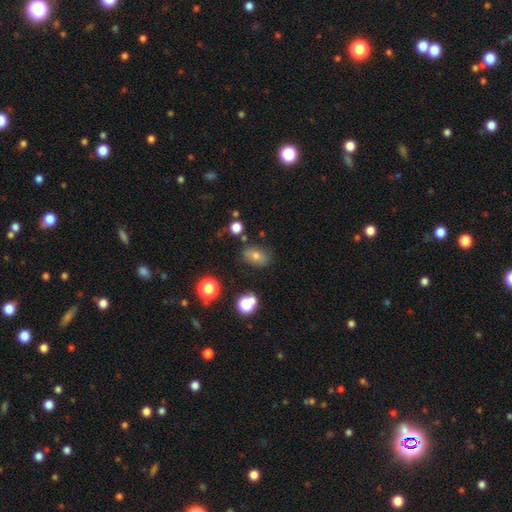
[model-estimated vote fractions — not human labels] A smooth galaxy with no disk features (67%) that is in between round and cigar-shaped (75%).

Vote fractions:
- Smooth or featured? smooth: 67% / star or artifact: 17% / featured or disk: 16%
- How rounded? in between: 75% / round: 23% / cigar-shaped: 2%
- Merging? none: 77% / minor disturbance: 15% / merger: 4% / major disturbance: 4%